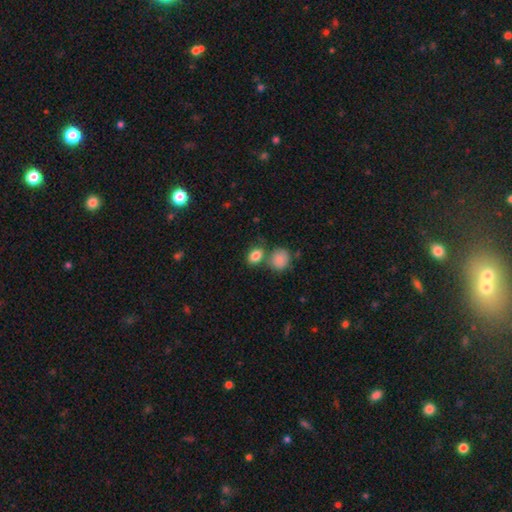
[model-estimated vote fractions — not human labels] This is clearly a smooth galaxy (84%). How rounded: likely in between (67%). Merging: possibly none (54%).